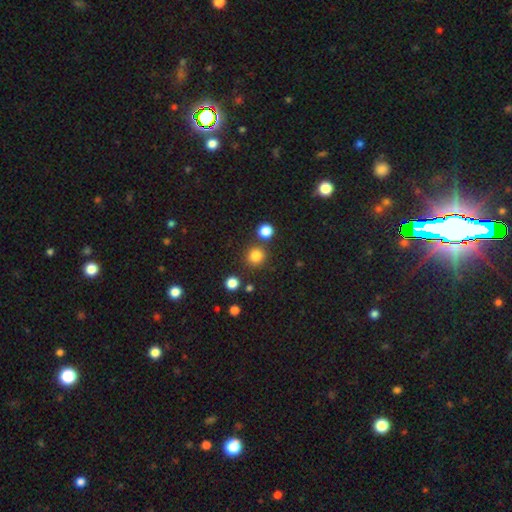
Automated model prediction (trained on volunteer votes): Smooth or featured? Predicted: smooth (p=0.83). How rounded? Predicted: round (p=0.92). Merging? Predicted: none (p=0.83).